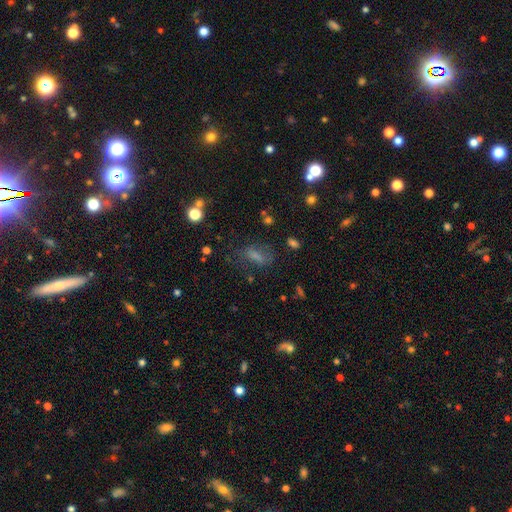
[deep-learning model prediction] Smooth or featured: smooth — 62% (star or artifact — 20%)
How rounded: in between — 71% (cigar-shaped — 20%)
Merging: none — 58% (minor disturbance — 21%)